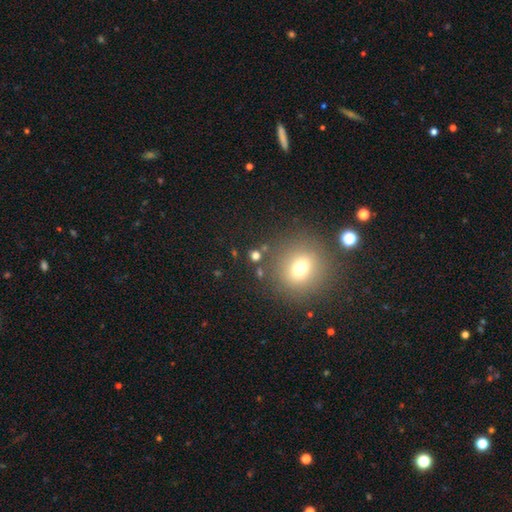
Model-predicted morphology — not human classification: Smooth or featured? smooth (68%)
How rounded? round (76%)
Merging? none (77%)